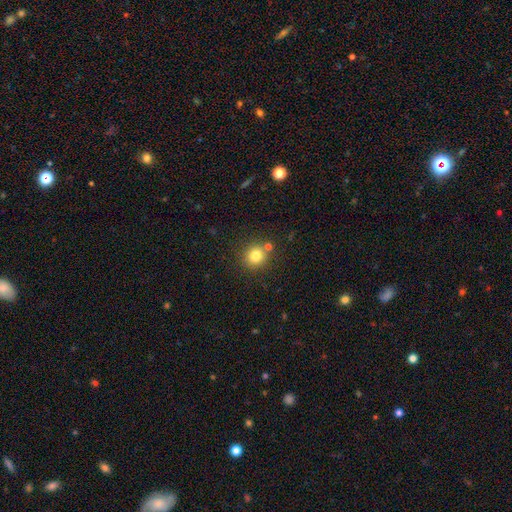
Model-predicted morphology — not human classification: This is likely a smooth galaxy (80%). How rounded: clearly round (89%). Merging: likely none (79%).